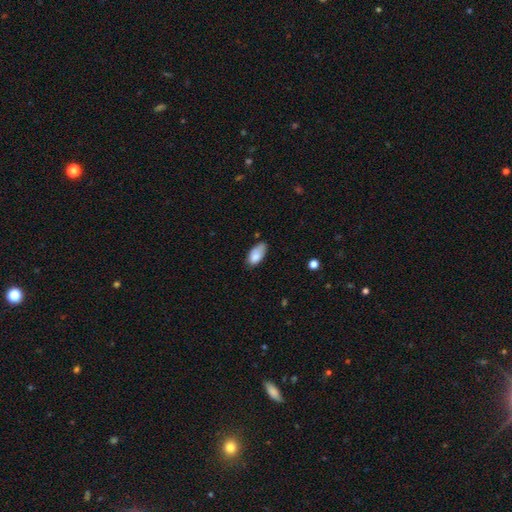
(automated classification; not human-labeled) Q: Smooth or featured?
A: smooth (82%); runner-up: featured or disk (10%)
Q: How rounded?
A: in between (93%); runner-up: cigar-shaped (4%)
Q: Merging?
A: none (52%); runner-up: minor disturbance (37%)